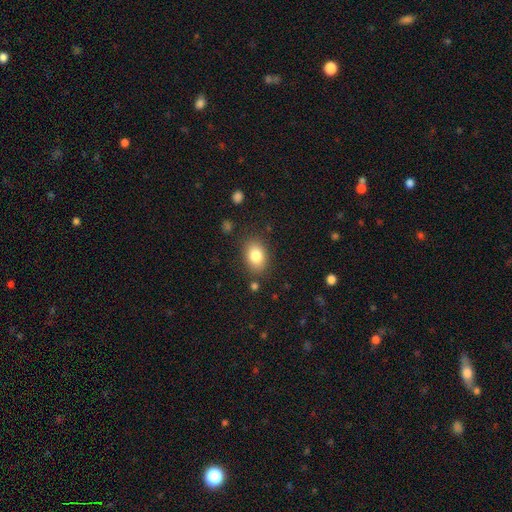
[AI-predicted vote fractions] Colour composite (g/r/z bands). It shows a smooth galaxy with no disk features (83%) that is in between round and cigar-shaped (78%). Merging: none (82%).